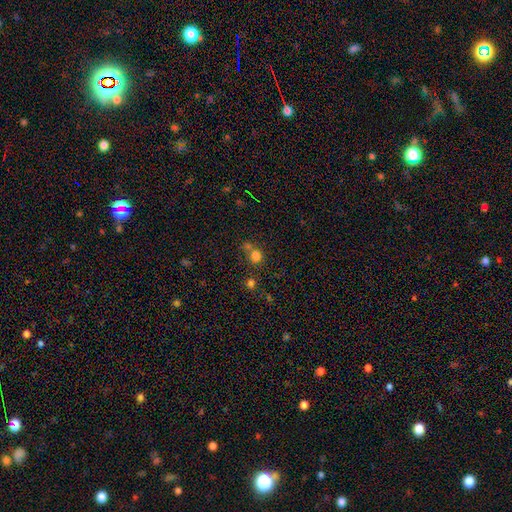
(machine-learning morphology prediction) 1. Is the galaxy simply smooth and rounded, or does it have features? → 74% smooth, 18% star or artifact, 8% featured or disk.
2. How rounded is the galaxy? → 72% round, 27% in between, 1% cigar-shaped.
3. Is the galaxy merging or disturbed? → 51% none, 34% merger, 10% minor disturbance, 5% major disturbance.